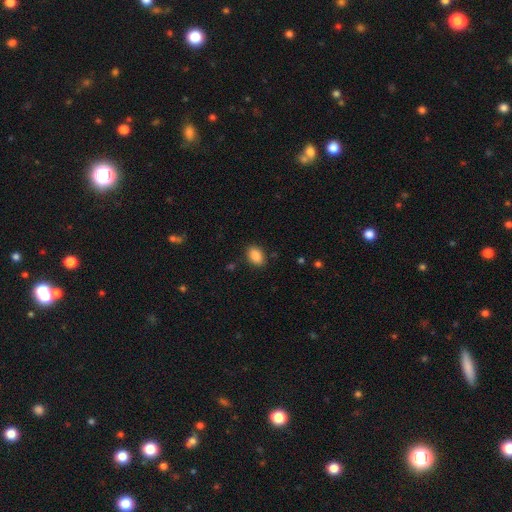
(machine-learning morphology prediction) Smooth or featured? Predicted: smooth (p=0.89). How rounded? Predicted: in between (p=0.87). Merging? Predicted: none (p=0.87).